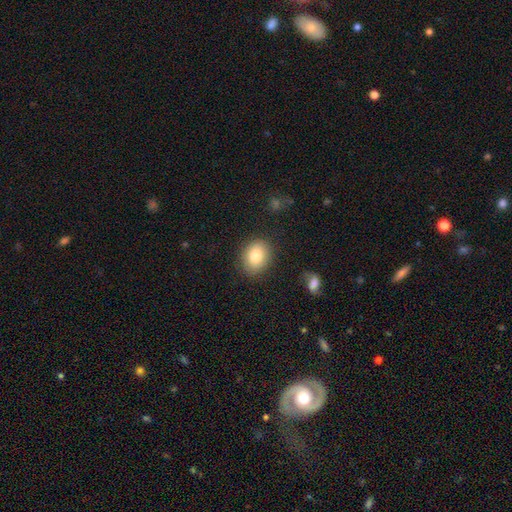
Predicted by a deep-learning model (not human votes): Q: Smooth or featured?
A: smooth (80%); runner-up: featured or disk (12%)
Q: How rounded?
A: in between (54%); runner-up: round (45%)
Q: Merging?
A: none (84%); runner-up: minor disturbance (11%)